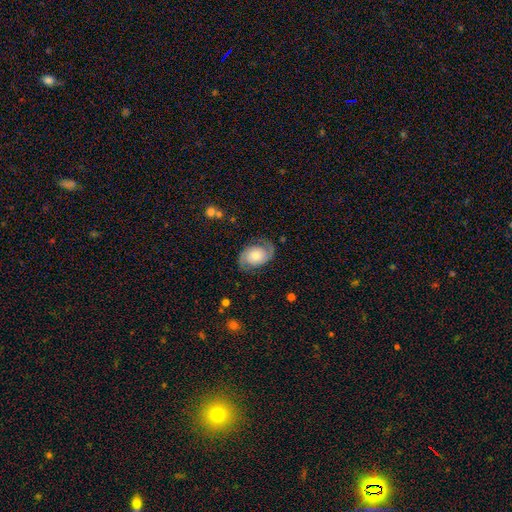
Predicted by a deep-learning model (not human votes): smooth_or_featured: featured or disk (p=0.75) [alt: smooth p=0.18]
disk_edge_on: no (p=0.97) [alt: yes p=0.03]
bar: no (p=0.76) [alt: weak p=0.20]
has_spiral_arms: yes (p=0.93) [alt: no p=0.07]
spiral_winding: medium (p=0.46) [alt: tight p=0.34]
spiral_arm_count: 2 (p=0.91) [alt: can't tell p=0.04]
bulge_size: moderate (p=0.55) [alt: small p=0.28]
merging: none (p=0.76) [alt: minor disturbance p=0.15]